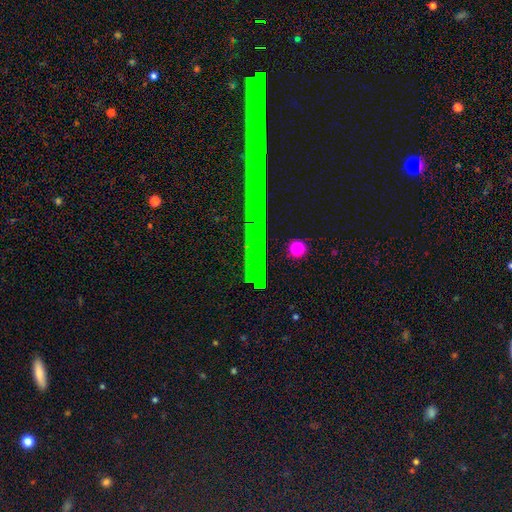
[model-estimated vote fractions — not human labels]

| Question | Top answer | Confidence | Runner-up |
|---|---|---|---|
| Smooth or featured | star or artifact | 82% | featured or disk (10%) |